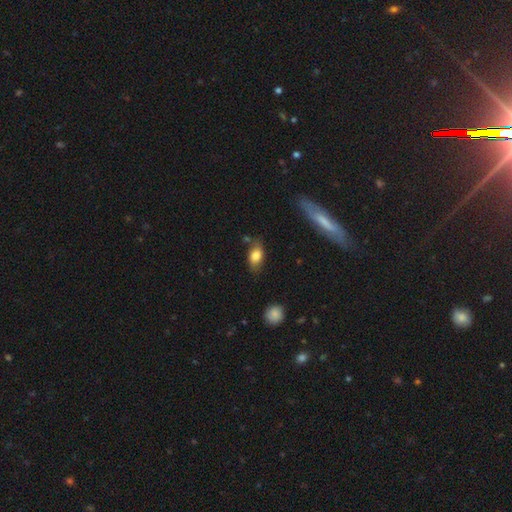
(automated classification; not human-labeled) A smooth galaxy with no disk features (80%) that is in between round and cigar-shaped (85%).

Vote fractions:
- Smooth or featured? smooth: 80% / featured or disk: 12% / star or artifact: 8%
- How rounded? in between: 85% / round: 10% / cigar-shaped: 4%
- Merging? none: 71% / minor disturbance: 20% / major disturbance: 5% / merger: 4%